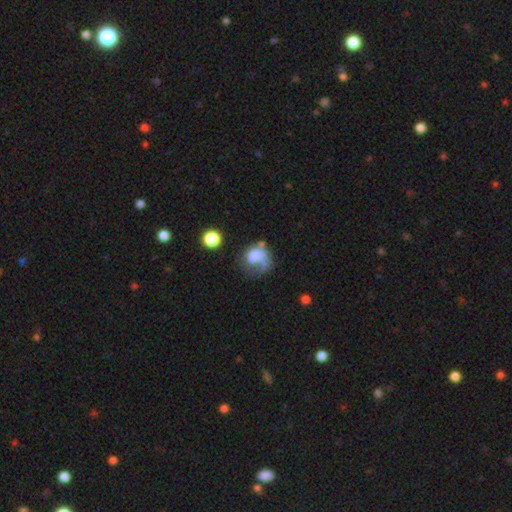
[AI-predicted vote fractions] A smooth galaxy with no disk features (51%) that is round (54%).

Vote fractions:
- Smooth or featured? smooth: 51% / featured or disk: 39% / star or artifact: 9%
- How rounded? round: 54% / in between: 44% / cigar-shaped: 1%
- Merging? major disturbance: 47% / none: 26% / minor disturbance: 18% / merger: 9%